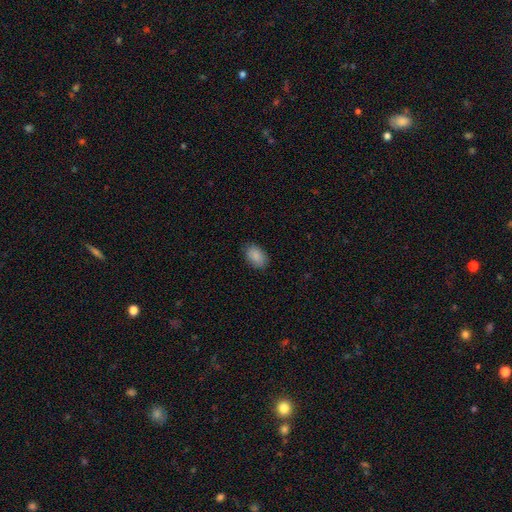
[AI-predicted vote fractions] A smooth galaxy with no disk features (88%) that is in between round and cigar-shaped (88%). Merging: none (85%).